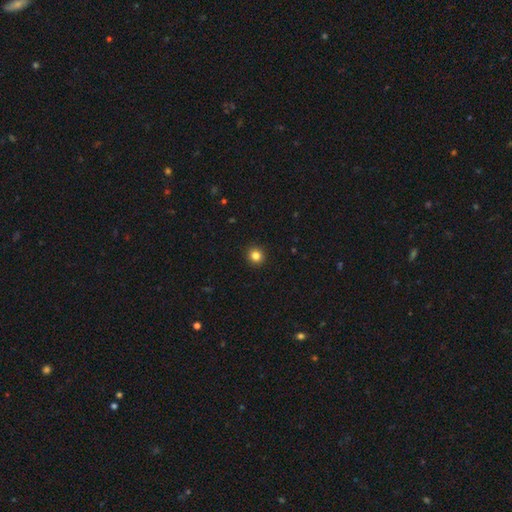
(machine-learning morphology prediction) Q: Smooth or featured?
A: smooth (83%); runner-up: star or artifact (12%)
Q: How rounded?
A: round (92%); runner-up: in between (7%)
Q: Merging?
A: none (93%); runner-up: minor disturbance (5%)